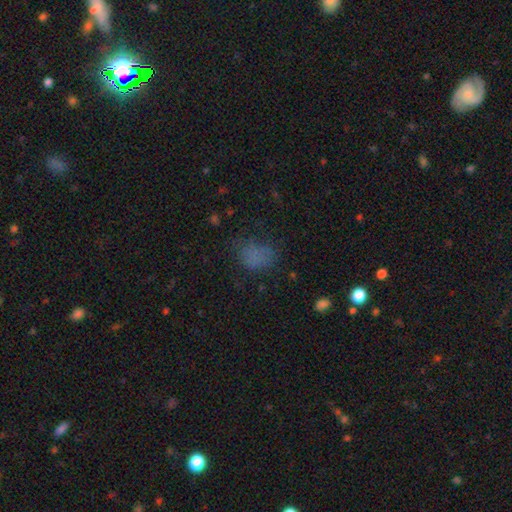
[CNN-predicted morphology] smooth 68%, star or artifact 20%, featured or disk 12%. Down the decision tree: how rounded — in between (69%); merging — none (54%).